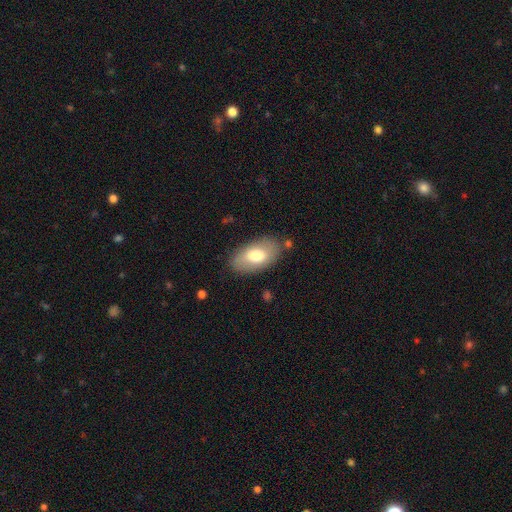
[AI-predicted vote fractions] Smooth or featured? Predicted: smooth (p=0.71). How rounded? Predicted: in between (p=0.94). Merging? Predicted: none (p=0.80).